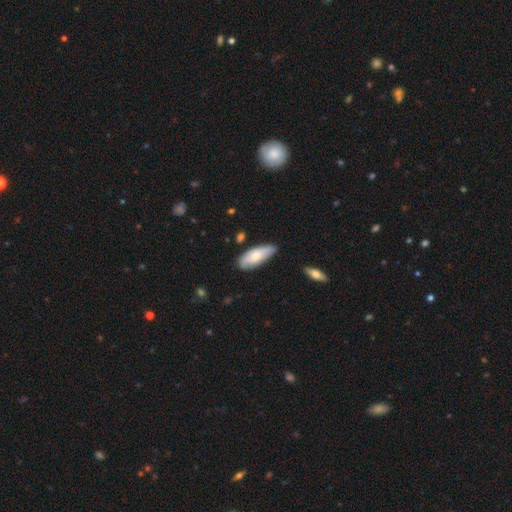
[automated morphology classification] smooth_or_featured: smooth (p=0.69) [alt: featured or disk p=0.25]
how_rounded: in between (p=0.78) [alt: cigar-shaped p=0.21]
merging: none (p=0.73) [alt: minor disturbance p=0.21]